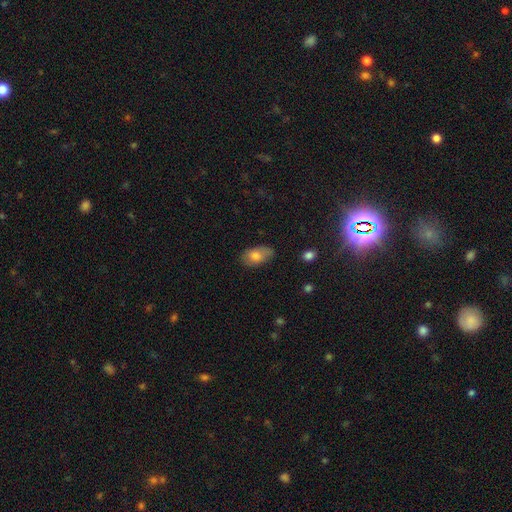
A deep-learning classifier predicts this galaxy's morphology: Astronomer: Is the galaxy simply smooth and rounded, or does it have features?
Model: smooth — 76%.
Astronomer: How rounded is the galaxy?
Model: in between — 92%.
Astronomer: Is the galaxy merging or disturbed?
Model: none — 68%.